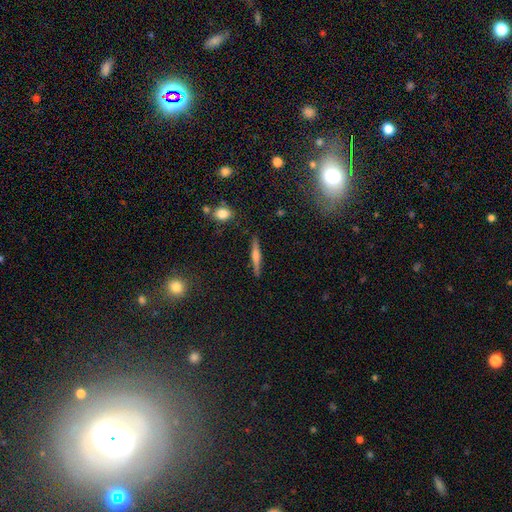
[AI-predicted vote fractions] featured or disk 57%, smooth 36%, star or artifact 8%. Down the decision tree: edge-on disk — yes (97%); edge-on bulge — rounded (77%); merging — none (90%).